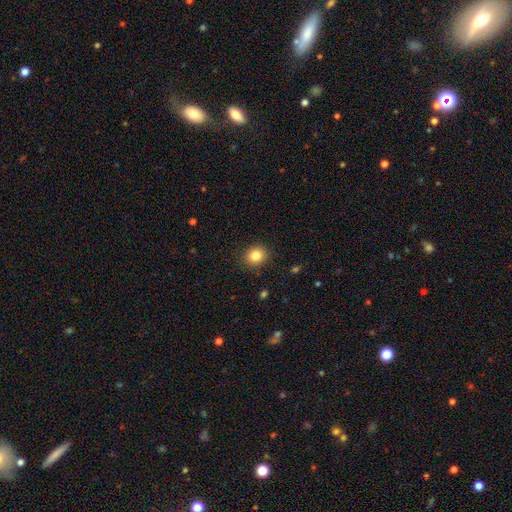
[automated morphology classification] Overall: smooth (84%). How rounded: round (77%). Merging: none (90%).